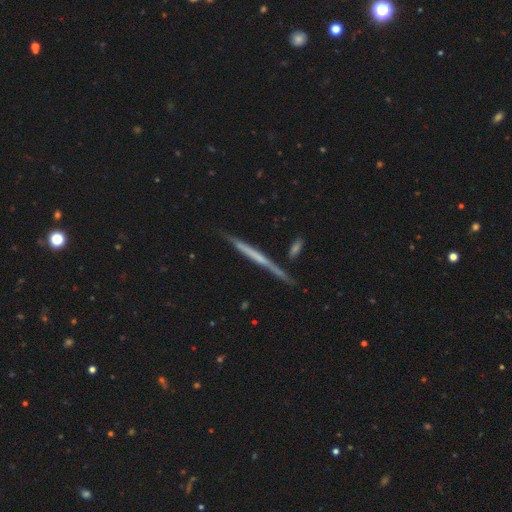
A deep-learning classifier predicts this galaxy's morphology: A featured or disk galaxy (62%) viewed edge-on (97%) with no central bulge (80%).

Vote fractions:
- Smooth or featured? featured or disk: 62% / smooth: 32% / star or artifact: 6%
- Edge-on disk? yes: 97% / no: 3%
- Edge-on bulge? none: 80% / rounded: 12% / boxy: 8%
- Merging? none: 82% / minor disturbance: 11% / merger: 5% / major disturbance: 2%